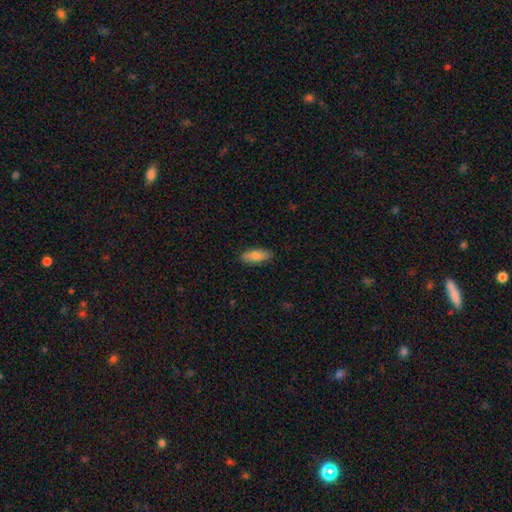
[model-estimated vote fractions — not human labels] smooth_or_featured: smooth (p=0.78) [alt: featured or disk p=0.16]
how_rounded: in between (p=0.78) [alt: cigar-shaped p=0.20]
merging: none (p=0.87) [alt: minor disturbance p=0.10]